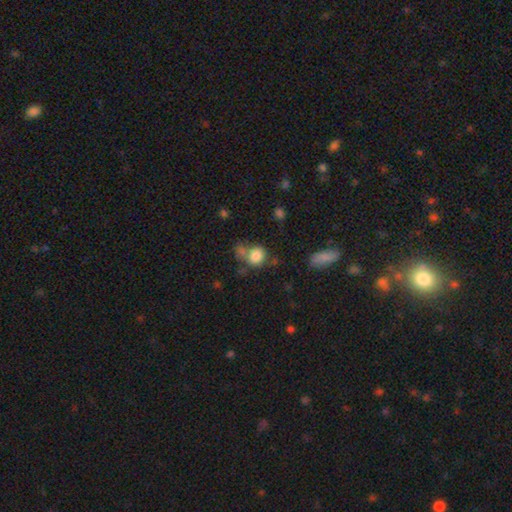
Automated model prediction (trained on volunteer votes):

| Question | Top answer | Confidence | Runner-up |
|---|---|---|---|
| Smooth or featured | smooth | 82% | star or artifact (10%) |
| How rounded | round | 74% | in between (25%) |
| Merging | none | 50% | merger (25%) |